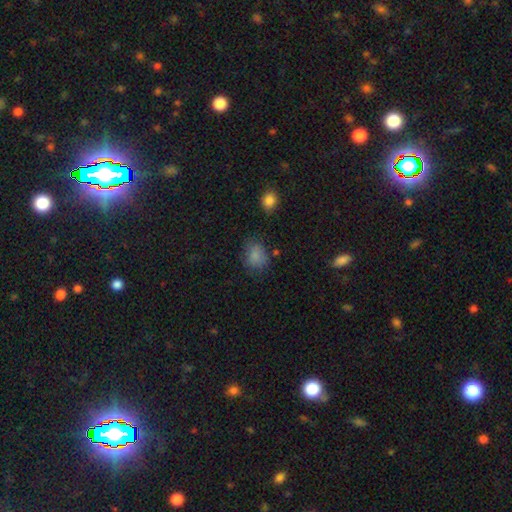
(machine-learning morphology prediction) Smooth or featured? smooth (81%)
How rounded? round (56%)
Merging? none (64%)